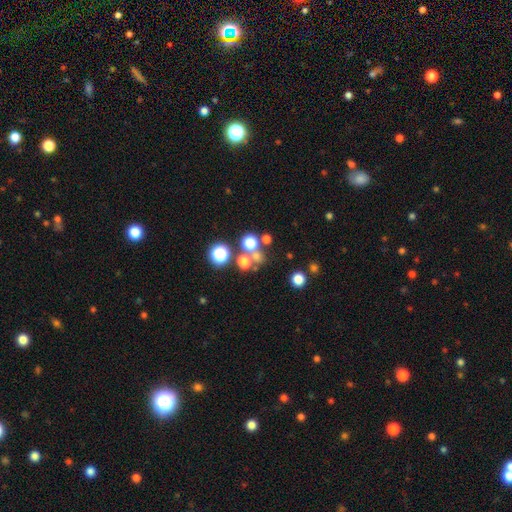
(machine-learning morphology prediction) A smooth galaxy with no disk features (63%) that is round (89%).

Vote fractions:
- Smooth or featured? smooth: 63% / star or artifact: 26% / featured or disk: 11%
- How rounded? round: 89% / in between: 10% / cigar-shaped: 1%
- Merging? none: 61% / merger: 28% / minor disturbance: 7% / major disturbance: 4%